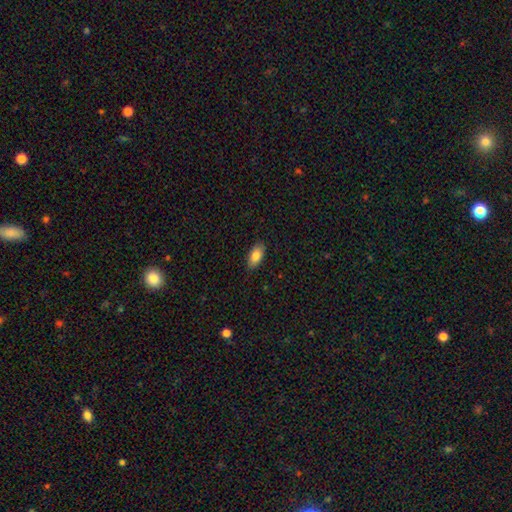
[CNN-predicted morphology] A smooth galaxy with no disk features (84%) that is in between round and cigar-shaped (90%). Merging: none (86%).